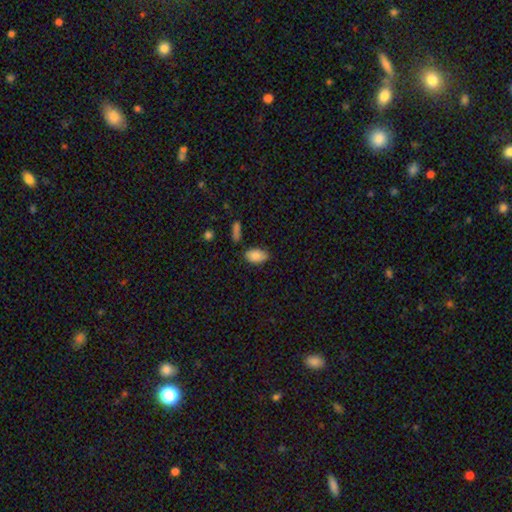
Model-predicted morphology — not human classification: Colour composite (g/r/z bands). It shows a smooth galaxy with no disk features (87%) that is in between round and cigar-shaped (93%). Merging: none (74%).